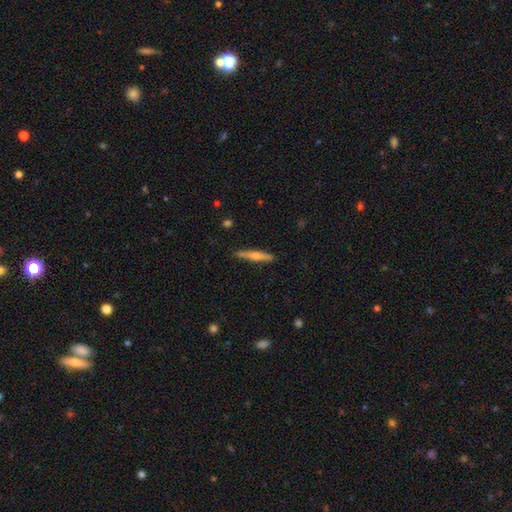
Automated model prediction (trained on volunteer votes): Smooth or featured? featured or disk (57%)
Edge-on disk? yes (96%)
Edge-on bulge? rounded (80%)
Merging? none (89%)